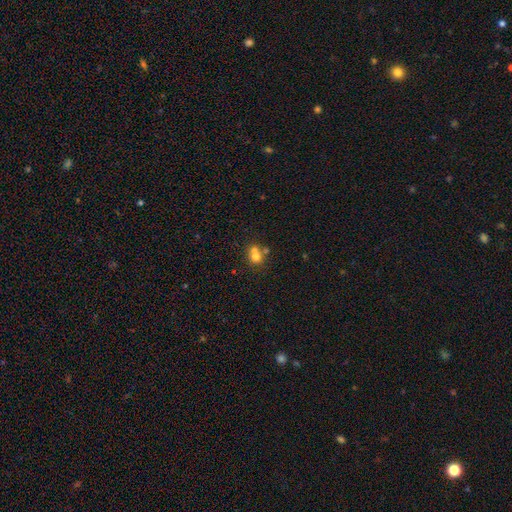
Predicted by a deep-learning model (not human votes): smooth 69%, featured or disk 17%, star or artifact 14%. Down the decision tree: how rounded — round (79%); merging — merger (52%).